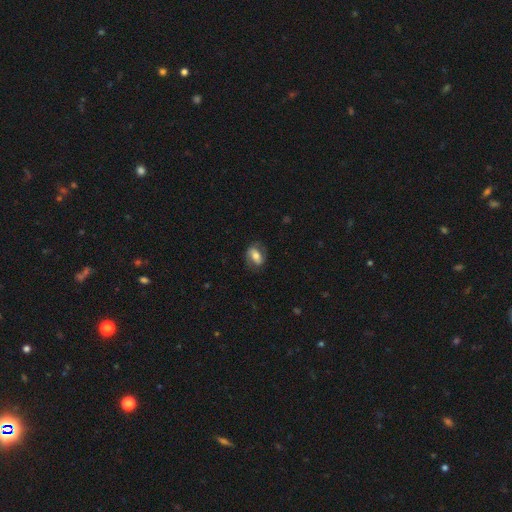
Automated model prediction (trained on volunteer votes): Smooth or featured? Predicted: smooth (p=0.50). Merging? Predicted: none (p=0.72).